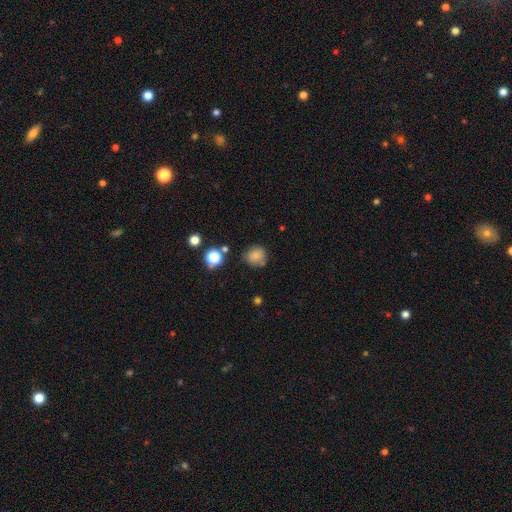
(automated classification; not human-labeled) Smooth or featured?
  - smooth: 79% *
  - star or artifact: 13%
  - featured or disk: 8%
How rounded?
  - round: 86% *
  - in between: 13%
  - cigar-shaped: 1%
Merging?
  - none: 73% *
  - minor disturbance: 17%
  - merger: 6%
  - major disturbance: 4%